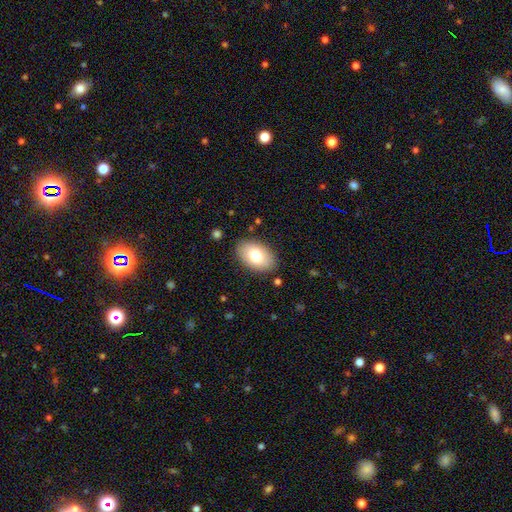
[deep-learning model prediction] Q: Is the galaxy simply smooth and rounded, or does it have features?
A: smooth — 76%.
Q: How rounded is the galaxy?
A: in between — 92%.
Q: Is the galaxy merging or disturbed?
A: none — 86%.